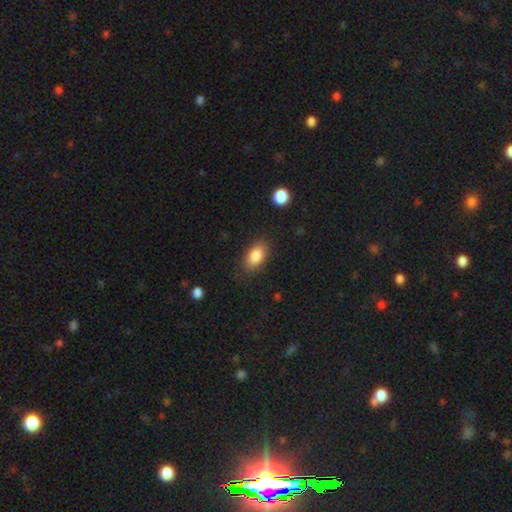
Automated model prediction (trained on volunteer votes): Overall: smooth (85%). How rounded: in between (89%). Merging: none (83%).